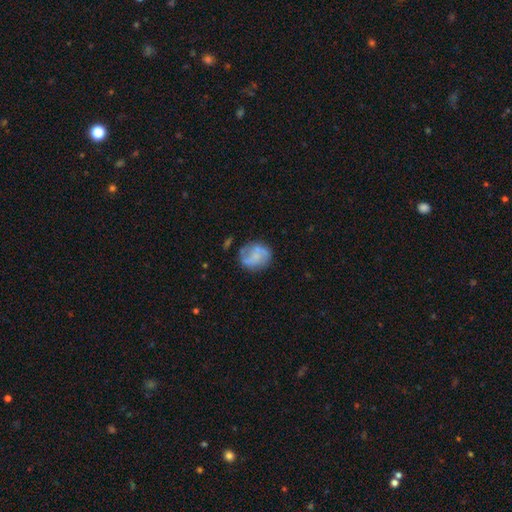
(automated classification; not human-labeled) Smooth or featured?
  - featured or disk: 56% *
  - smooth: 36%
  - star or artifact: 8%
Edge-on disk?
  - no: 98% *
  - yes: 2%
Bar?
  - no: 56% *
  - weak: 35%
  - strong: 10%
Spiral arms?
  - yes: 81% *
  - no: 19%
Bulge size?
  - none: 44% *
  - small: 36%
  - moderate: 15%
  - large: 3%
  - dominant: 1%
Merging?
  - none: 67% *
  - minor disturbance: 20%
  - major disturbance: 9%
  - merger: 4%